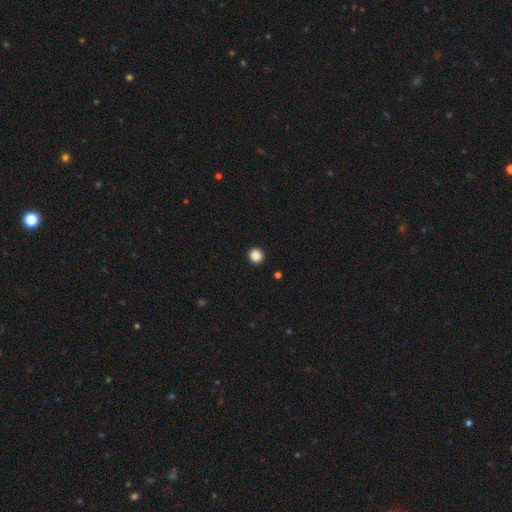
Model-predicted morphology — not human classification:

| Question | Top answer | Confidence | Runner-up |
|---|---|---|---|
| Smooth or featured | smooth | 88% | star or artifact (10%) |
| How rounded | round | 96% | in between (3%) |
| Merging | none | 94% | minor disturbance (3%) |